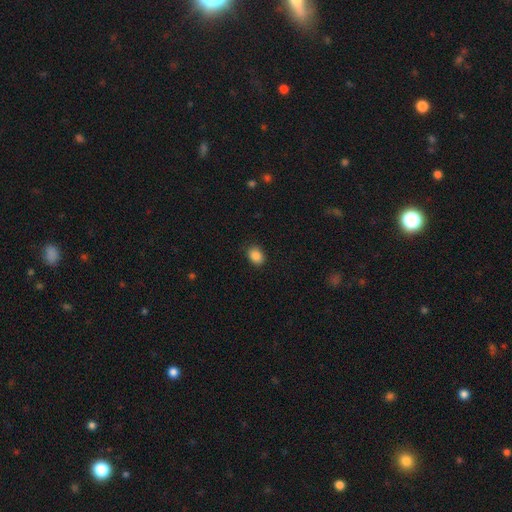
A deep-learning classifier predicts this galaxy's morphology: The model was most divided on "how rounded": in between: 61%, round: 38%, cigar-shaped: 1%. More confident: smooth or featured — smooth (87%); merging — none (87%).